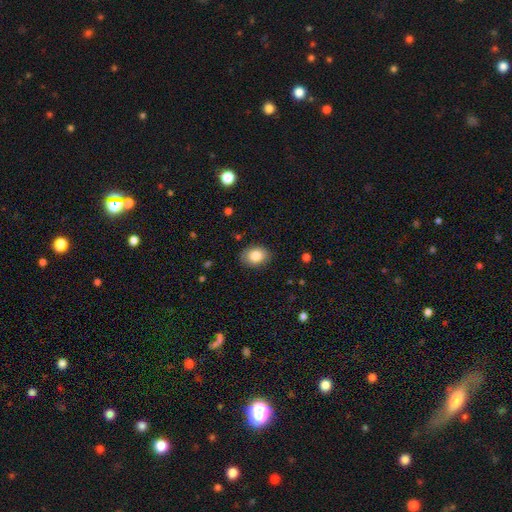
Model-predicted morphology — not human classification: This is clearly a smooth galaxy (85%). How rounded: likely in between (68%). Merging: clearly none (85%).